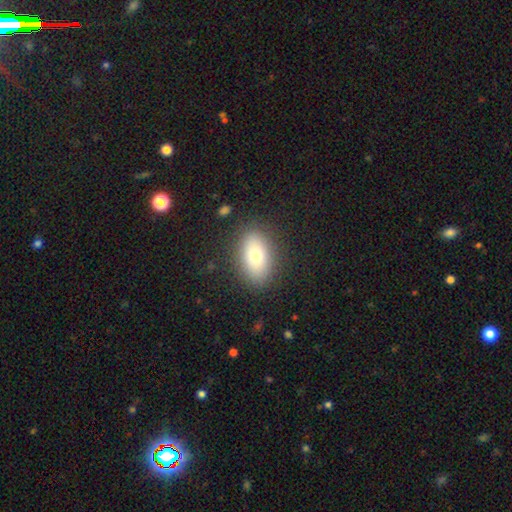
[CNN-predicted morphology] This appears to be a smooth galaxy with no disk features (73%) that is in between round and cigar-shaped (87%). Merging: none (86%).